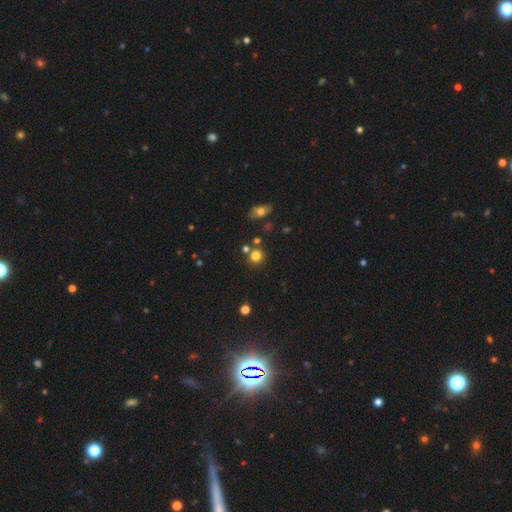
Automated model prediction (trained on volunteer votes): The model was most divided on "merging": none: 76%, merger: 12%, minor disturbance: 9%, major disturbance: 3%. More confident: how rounded — round (90%); smooth or featured — smooth (78%).